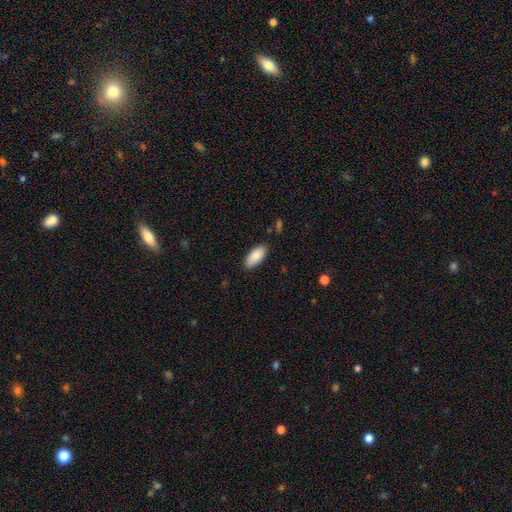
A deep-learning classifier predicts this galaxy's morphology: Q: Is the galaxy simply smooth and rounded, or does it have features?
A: smooth — 86%.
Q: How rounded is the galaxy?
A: in between — 90%.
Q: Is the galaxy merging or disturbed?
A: none — 86%.